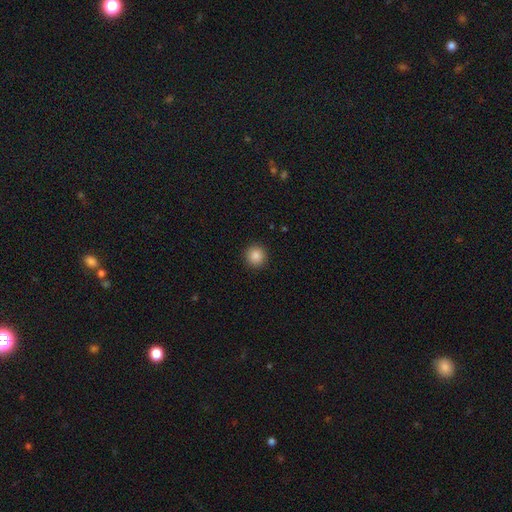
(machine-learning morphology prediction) Smooth or featured? smooth (86%)
How rounded? round (95%)
Merging? none (93%)